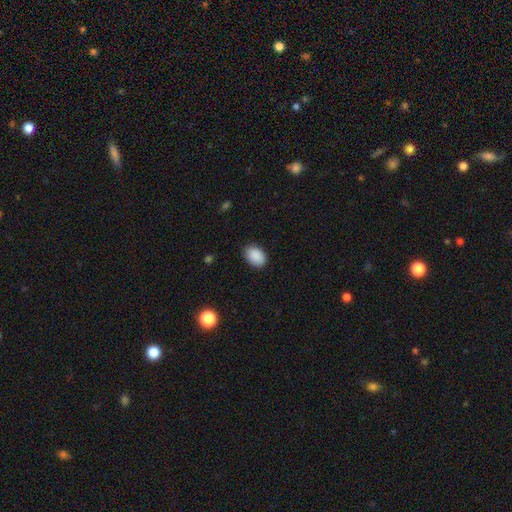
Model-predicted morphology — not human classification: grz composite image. It shows a smooth galaxy with no disk features (90%) that is in between round and cigar-shaped (86%). Merging: none (85%).